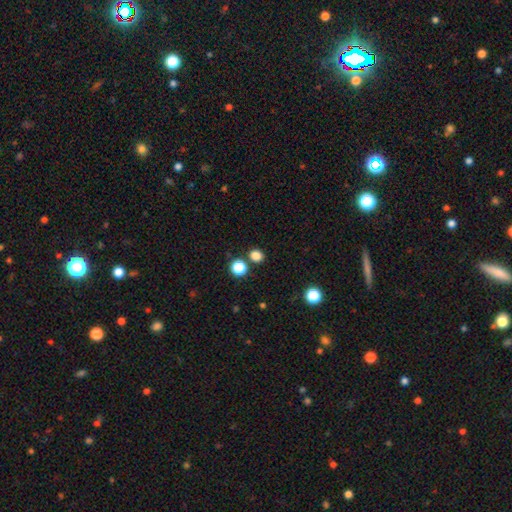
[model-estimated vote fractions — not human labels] smooth-or-featured: smooth: 81% | star or artifact: 15% | featured or disk: 4%
  how-rounded: round: 73% | in between: 26% | cigar-shaped: 1%
  merging: none: 82% | merger: 8% | minor disturbance: 7% | major disturbance: 3%